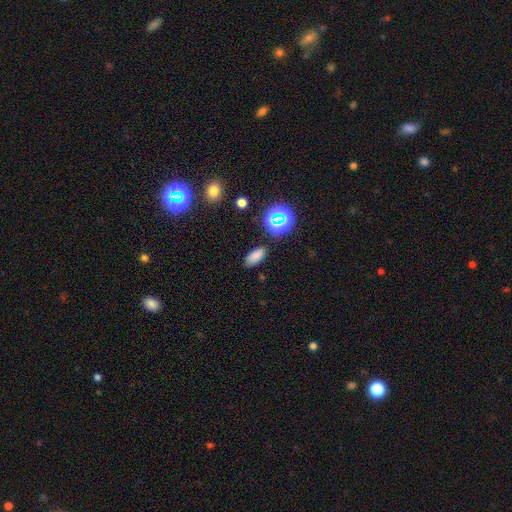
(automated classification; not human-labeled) Smooth or featured? Predicted: smooth (p=0.76). How rounded? Predicted: in between (p=0.89). Merging? Predicted: none (p=0.85).